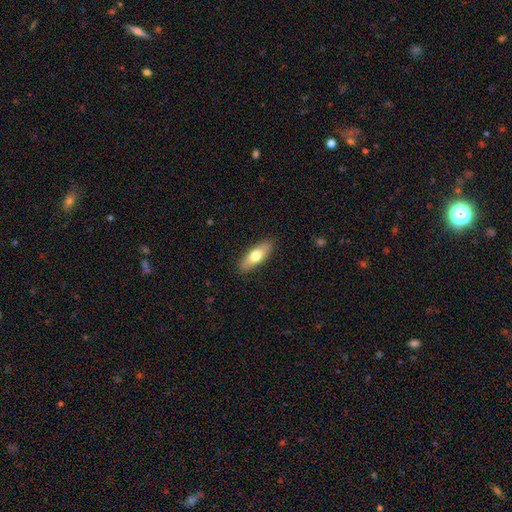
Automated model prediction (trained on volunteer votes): Smooth or featured: smooth — 68% (featured or disk — 26%)
How rounded: in between — 66% (cigar-shaped — 31%)
Merging: none — 88% (minor disturbance — 9%)